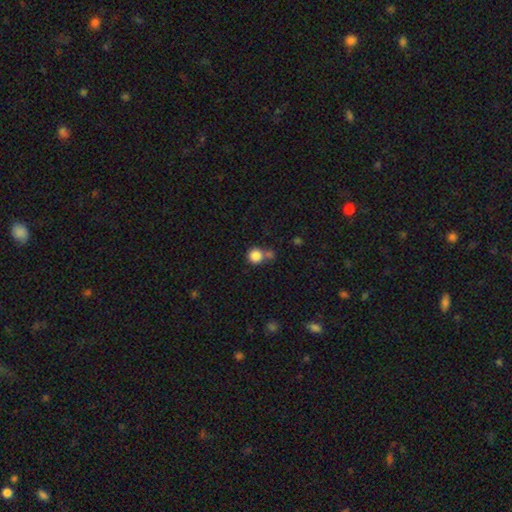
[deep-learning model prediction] smooth_or_featured: smooth (p=0.85) [alt: star or artifact p=0.10]
how_rounded: round (p=0.93) [alt: in between p=0.06]
merging: none (p=0.60) [alt: merger p=0.27]